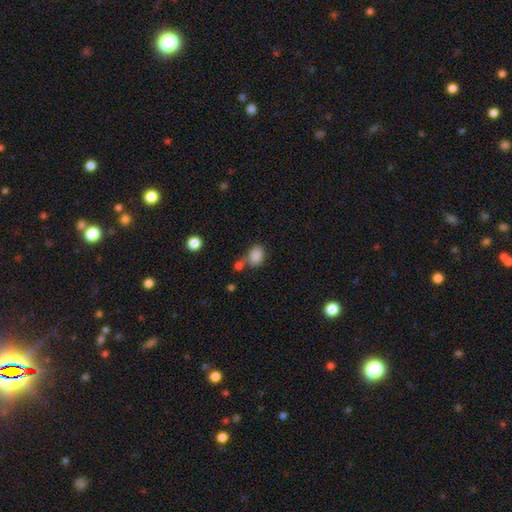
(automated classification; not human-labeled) Q: Smooth or featured?
A: smooth (86%); runner-up: star or artifact (10%)
Q: How rounded?
A: in between (66%); runner-up: round (33%)
Q: Merging?
A: none (58%); runner-up: merger (20%)